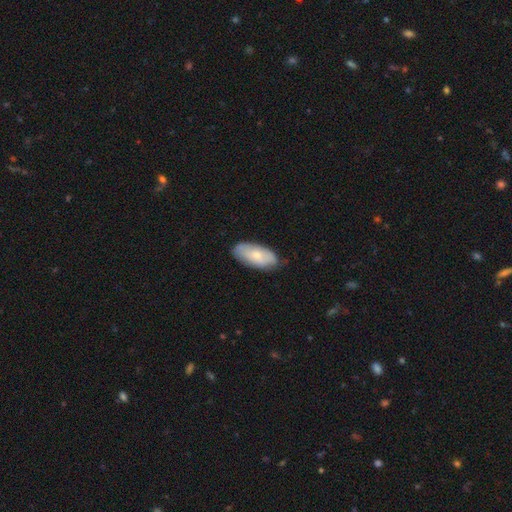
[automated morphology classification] This is likely a smooth galaxy (64%). How rounded: clearly in between (92%). Merging: likely none (77%).